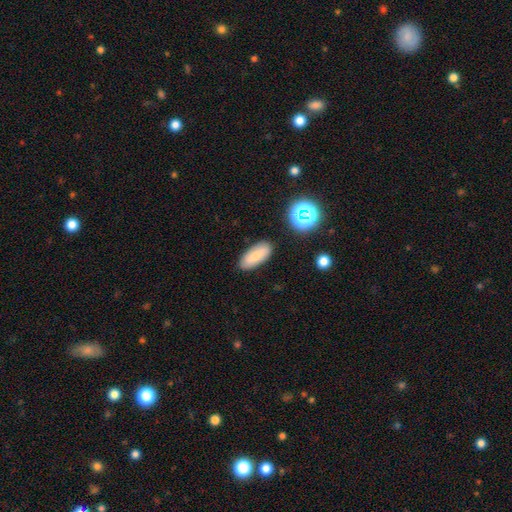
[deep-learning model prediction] smooth_or_featured: smooth (p=0.79) [alt: featured or disk p=0.11]
how_rounded: in between (p=0.80) [alt: cigar-shaped p=0.18]
merging: none (p=0.86) [alt: minor disturbance p=0.10]